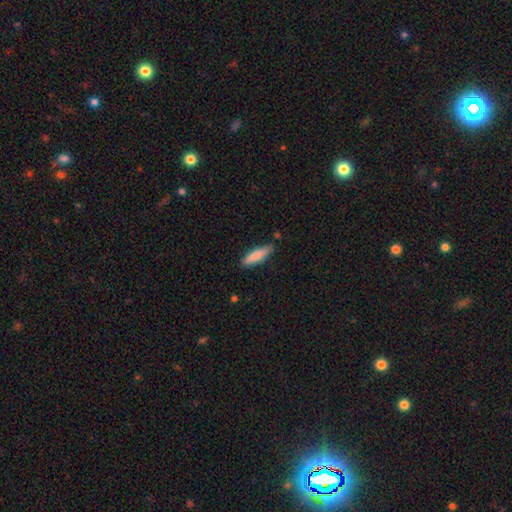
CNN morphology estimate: The model was most divided on "how rounded": cigar-shaped: 67%, in between: 31%, round: 1%. More confident: smooth or featured — smooth (84%); merging — none (78%).